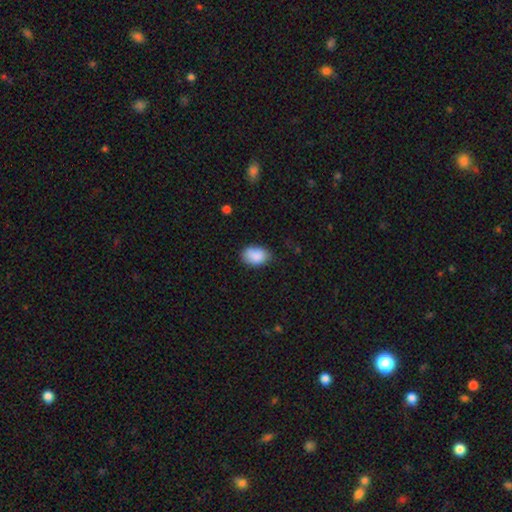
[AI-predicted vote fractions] smooth-or-featured: smooth: 88% | star or artifact: 7% | featured or disk: 4%
  how-rounded: in between: 84% | round: 15% | cigar-shaped: 1%
  merging: none: 72% | minor disturbance: 22% | major disturbance: 4% | merger: 1%